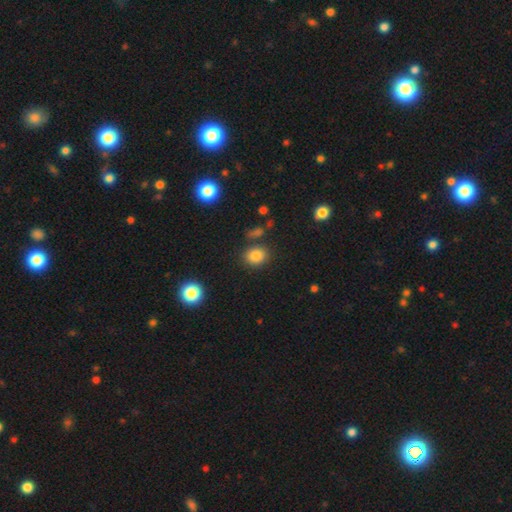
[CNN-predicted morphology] smooth_or_featured: smooth (p=0.83) [alt: star or artifact p=0.11]
how_rounded: round (p=0.61) [alt: in between p=0.38]
merging: none (p=0.80) [alt: minor disturbance p=0.11]